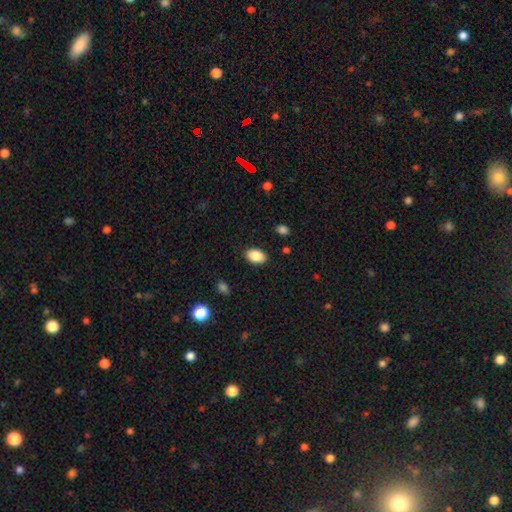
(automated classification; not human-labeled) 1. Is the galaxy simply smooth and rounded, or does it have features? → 89% smooth, 7% star or artifact, 4% featured or disk.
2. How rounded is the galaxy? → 89% in between, 10% round, 1% cigar-shaped.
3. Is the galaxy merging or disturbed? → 88% none, 9% minor disturbance, 2% major disturbance, 1% merger.